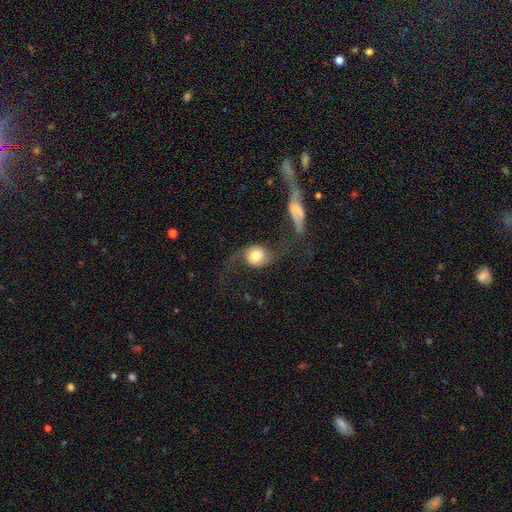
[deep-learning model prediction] smooth_or_featured: featured or disk (p=0.58) [alt: smooth p=0.35]
disk_edge_on: no (p=0.94) [alt: yes p=0.06]
bar: no (p=0.70) [alt: weak p=0.23]
has_spiral_arms: yes (p=0.87) [alt: no p=0.13]
bulge_size: moderate (p=0.44) [alt: large p=0.32]
merging: none (p=0.33) [alt: major disturbance p=0.26]